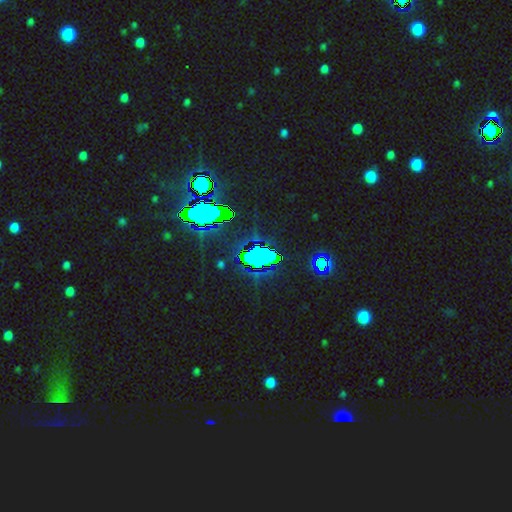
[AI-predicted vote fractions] Q: Smooth or featured?
A: star or artifact (76%); runner-up: smooth (14%)